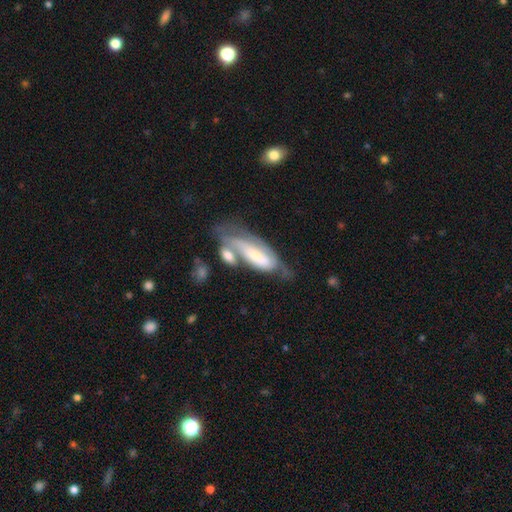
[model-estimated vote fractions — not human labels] Morphology: type=featured or disk (62%); edge-on=no (82%); bar=no (48%); spiral arms=yes (72%); bulge=small (50%); merging=merger (30%).